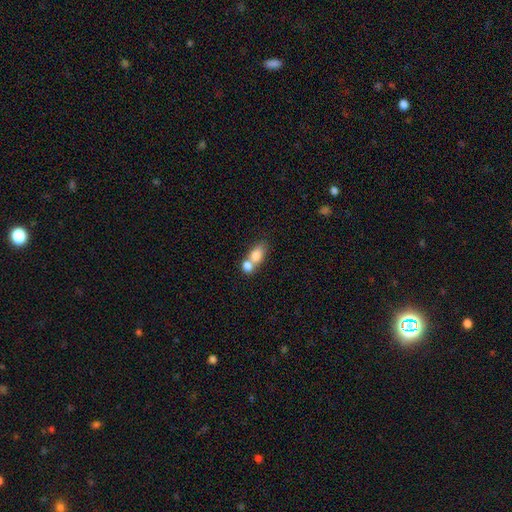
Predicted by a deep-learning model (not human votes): smooth_or_featured: smooth (p=0.76) [alt: featured or disk p=0.16]
how_rounded: in between (p=0.72) [alt: round p=0.24]
merging: merger (p=0.67) [alt: none p=0.23]